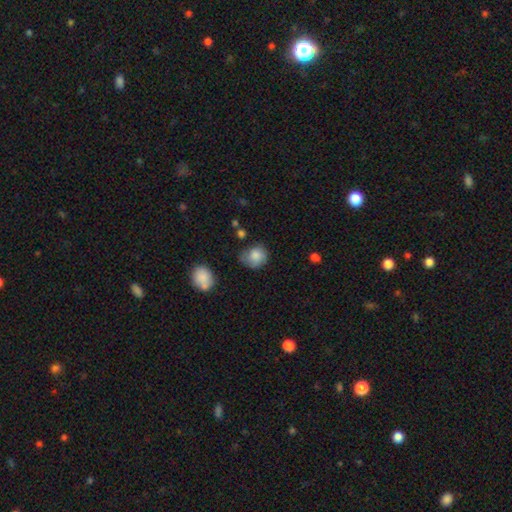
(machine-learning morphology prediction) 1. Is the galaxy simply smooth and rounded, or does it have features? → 80% smooth, 11% featured or disk, 8% star or artifact.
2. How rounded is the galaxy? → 71% round, 28% in between, 1% cigar-shaped.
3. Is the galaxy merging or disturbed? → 57% none, 30% minor disturbance, 9% major disturbance, 3% merger.